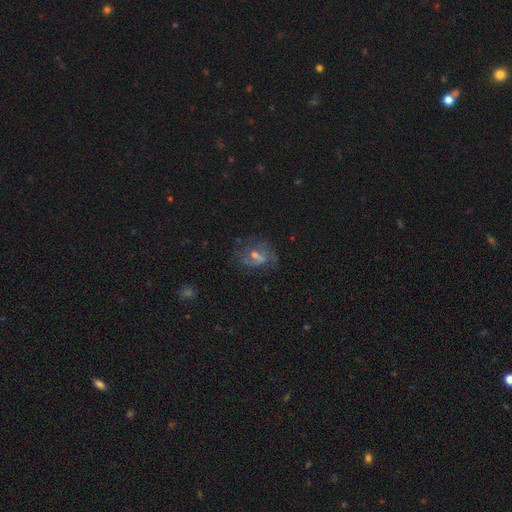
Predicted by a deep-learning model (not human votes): Q: Smooth or featured?
A: featured or disk (66%); runner-up: smooth (19%)
Q: Edge-on disk?
A: no (96%); runner-up: yes (4%)
Q: Bar?
A: weak (48%); runner-up: no (38%)
Q: Spiral arms?
A: yes (83%); runner-up: no (17%)
Q: Spiral winding?
A: medium (43%); runner-up: loose (33%)
Q: Spiral arm count?
A: 2 (50%); runner-up: can't tell (24%)
Q: Bulge size?
A: moderate (46%); runner-up: small (45%)
Q: Merging?
A: none (63%); runner-up: minor disturbance (19%)